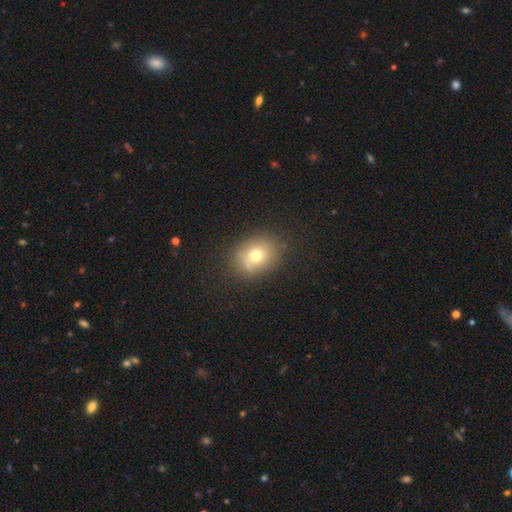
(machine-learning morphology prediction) Smooth or featured? smooth (70%)
How rounded? in between (51%)
Merging? none (76%)